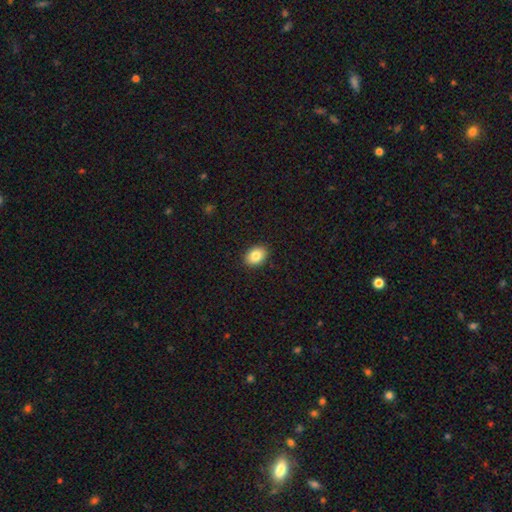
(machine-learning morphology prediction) smooth-or-featured: smooth: 84% | star or artifact: 8% | featured or disk: 8%
  how-rounded: in between: 72% | round: 27% | cigar-shaped: 1%
  merging: none: 90% | minor disturbance: 7% | major disturbance: 2% | merger: 1%